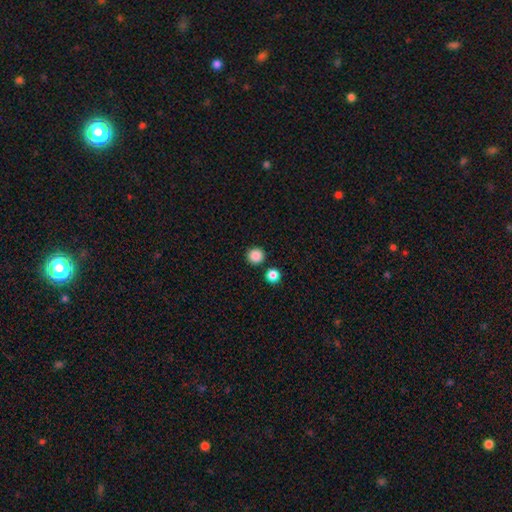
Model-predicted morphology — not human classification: Smooth or featured?
  - smooth: 87% *
  - star or artifact: 11%
  - featured or disk: 3%
How rounded?
  - round: 94% *
  - in between: 5%
  - cigar-shaped: 1%
Merging?
  - none: 88% *
  - minor disturbance: 5%
  - merger: 5%
  - major disturbance: 2%